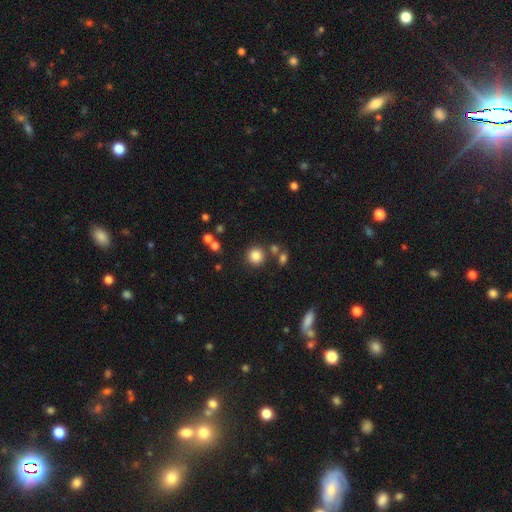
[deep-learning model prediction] Smooth or featured: smooth — 83% (star or artifact — 12%)
How rounded: round — 91% (in between — 8%)
Merging: none — 79% (merger — 9%)